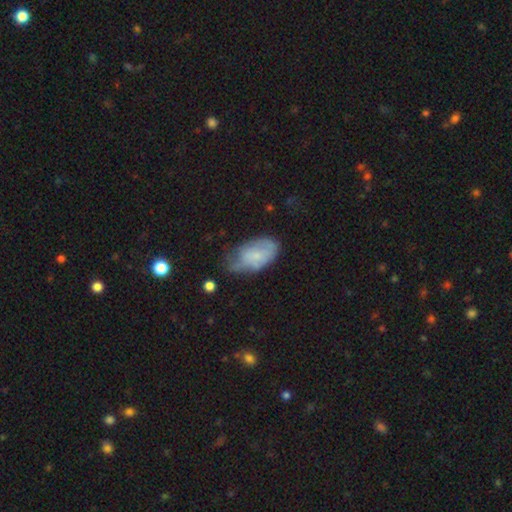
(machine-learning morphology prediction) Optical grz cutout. It shows a smooth galaxy with no disk features (58%) that is in between round and cigar-shaped (92%). Merging: minor disturbance (41%).